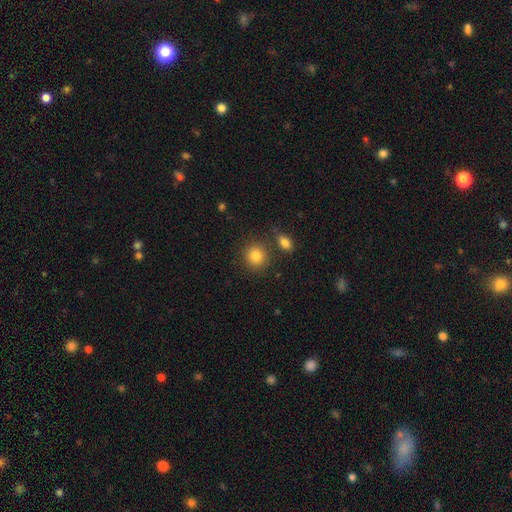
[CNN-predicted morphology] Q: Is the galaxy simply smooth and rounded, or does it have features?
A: smooth — 84%.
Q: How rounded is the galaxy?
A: round — 85%.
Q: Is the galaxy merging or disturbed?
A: none — 80%.